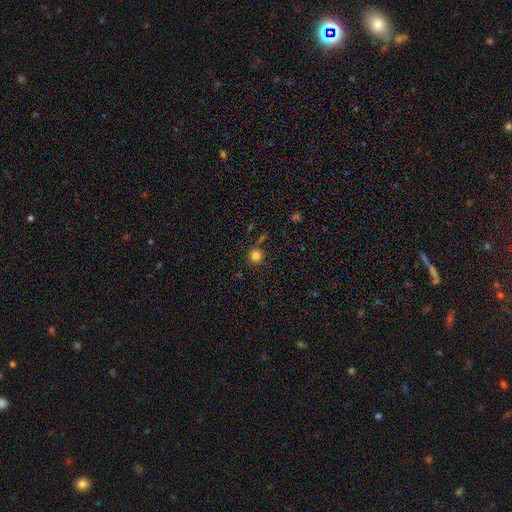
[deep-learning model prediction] Overall: smooth (81%). How rounded: round (94%). Merging: none (83%).